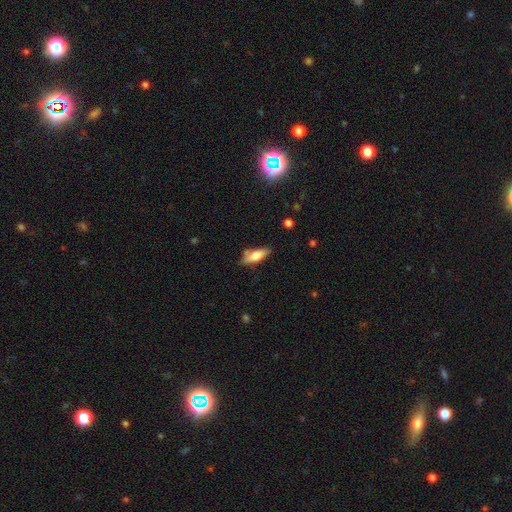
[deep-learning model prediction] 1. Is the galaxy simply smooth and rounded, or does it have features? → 67% smooth, 27% featured or disk, 7% star or artifact.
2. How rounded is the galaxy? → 54% in between, 44% cigar-shaped, 2% round.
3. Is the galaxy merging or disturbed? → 71% none, 18% minor disturbance, 7% merger, 4% major disturbance.